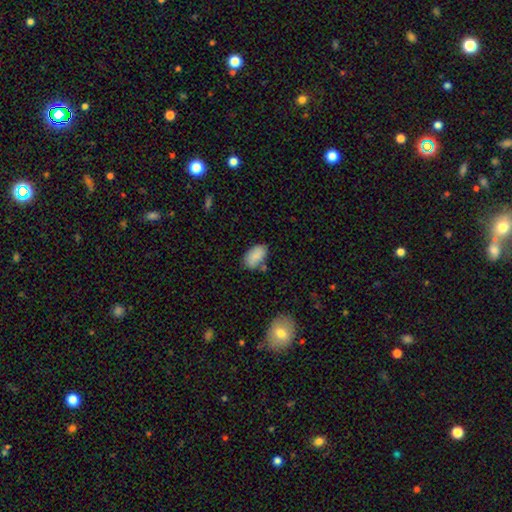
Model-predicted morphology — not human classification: This is clearly a smooth galaxy (86%). How rounded: clearly in between (94%). Merging: likely none (67%).